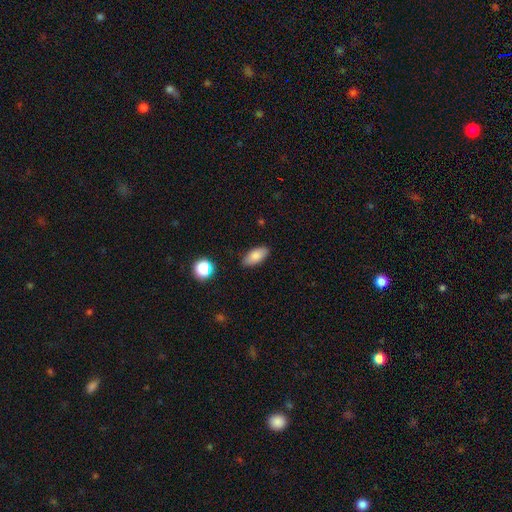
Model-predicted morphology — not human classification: Smooth or featured: smooth — 83% (featured or disk — 9%)
How rounded: in between — 88% (cigar-shaped — 8%)
Merging: none — 86% (minor disturbance — 10%)